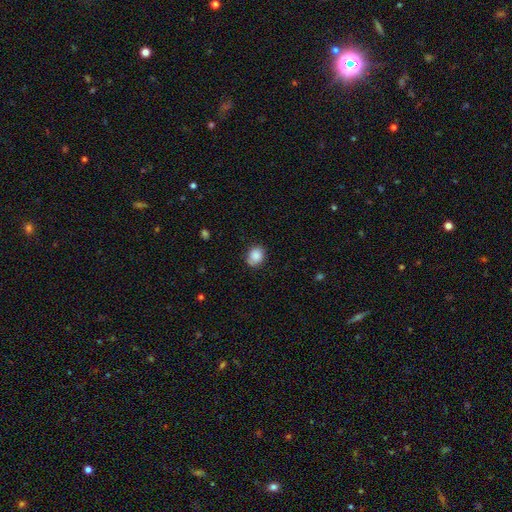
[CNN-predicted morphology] smooth-or-featured: smooth: 86% | star or artifact: 9% | featured or disk: 5%
  how-rounded: round: 57% | in between: 42% | cigar-shaped: 1%
  merging: none: 72% | minor disturbance: 22% | major disturbance: 4% | merger: 3%